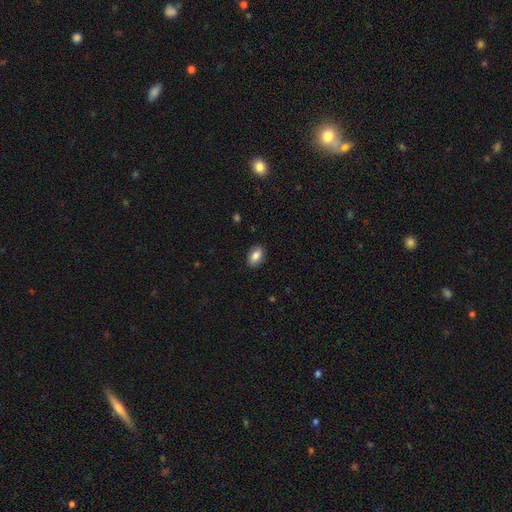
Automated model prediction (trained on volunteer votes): A smooth galaxy with no disk features (84%) that is in between round and cigar-shaped (89%).

Vote fractions:
- Smooth or featured? smooth: 84% / featured or disk: 9% / star or artifact: 7%
- How rounded? in between: 89% / round: 9% / cigar-shaped: 2%
- Merging? none: 88% / minor disturbance: 9% / major disturbance: 2% / merger: 1%